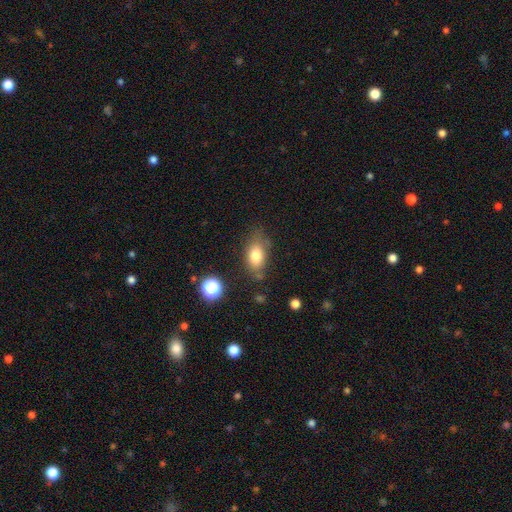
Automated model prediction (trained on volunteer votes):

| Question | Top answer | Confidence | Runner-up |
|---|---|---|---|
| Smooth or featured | smooth | 78% | featured or disk (12%) |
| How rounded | in between | 83% | round (13%) |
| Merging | none | 65% | minor disturbance (23%) |